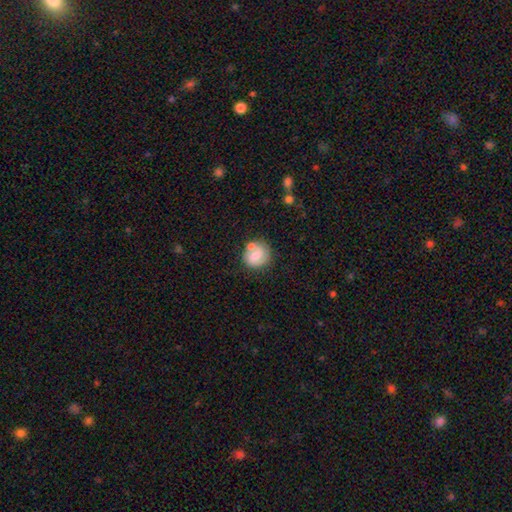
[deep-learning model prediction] This appears to be a smooth galaxy with no disk features (59%) that is round (79%). Merging: none (57%).